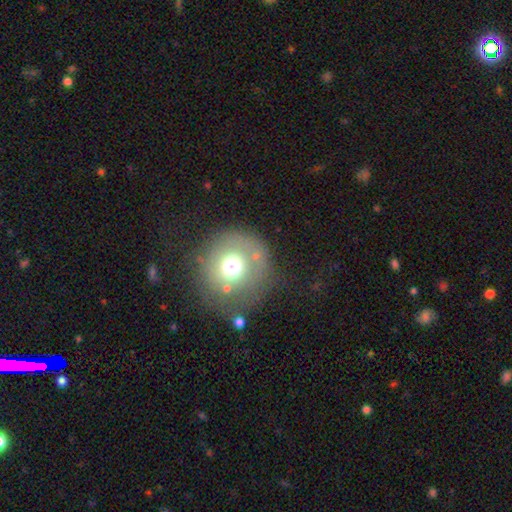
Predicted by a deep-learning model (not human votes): smooth 60%, featured or disk 27%, star or artifact 13%. Down the decision tree: how rounded — round (93%); merging — none (63%).